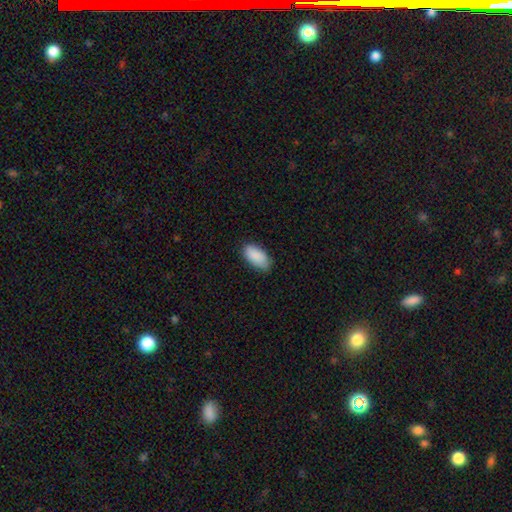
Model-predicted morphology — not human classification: The model was most divided on "merging": none: 79%, minor disturbance: 17%, major disturbance: 3%, merger: 1%. More confident: how rounded — in between (94%); smooth or featured — smooth (89%).